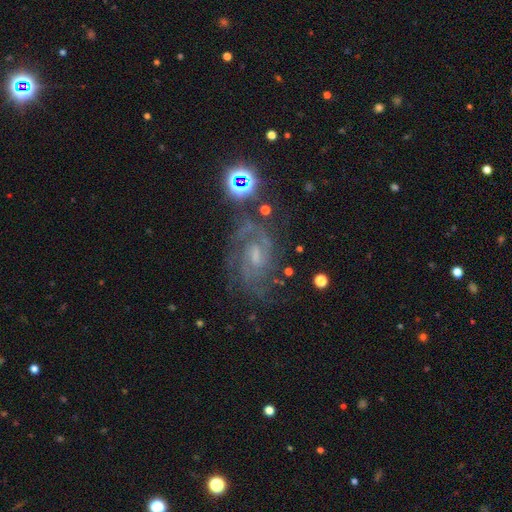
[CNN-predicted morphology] featured or disk 80%, star or artifact 13%, smooth 7%. Down the decision tree: edge-on disk — no (97%); bar — weak (53%); spiral arms — yes (95%); spiral arm count — 2 (43%); spiral winding — tight (45%, tied with medium); bulge size — small (48%); merging — none (67%).